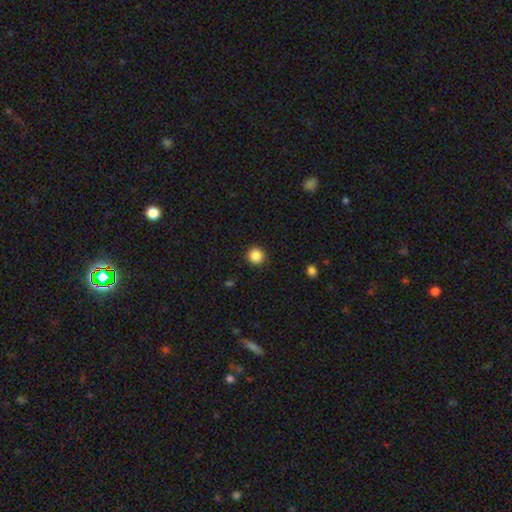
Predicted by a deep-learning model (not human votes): This is clearly a smooth galaxy (87%). How rounded: clearly round (94%). Merging: clearly none (92%).